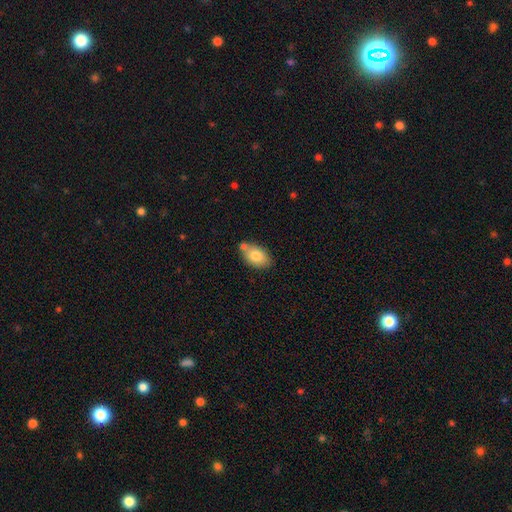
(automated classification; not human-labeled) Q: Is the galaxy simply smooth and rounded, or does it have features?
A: smooth — 81%.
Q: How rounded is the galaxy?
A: in between — 89%.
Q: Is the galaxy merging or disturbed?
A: none — 62%.